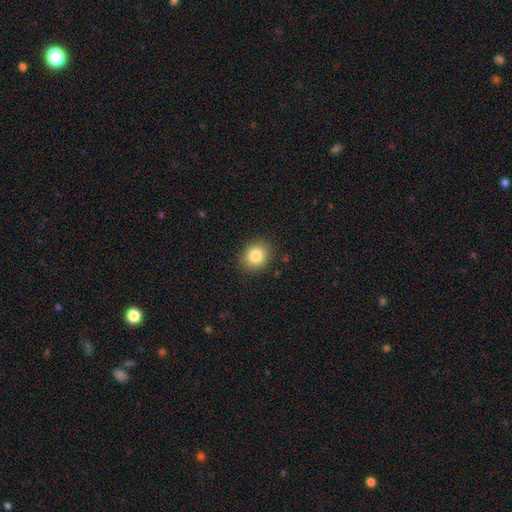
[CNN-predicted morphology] Smooth or featured: smooth — 84% (star or artifact — 10%)
How rounded: round — 74% (in between — 25%)
Merging: none — 89% (minor disturbance — 8%)